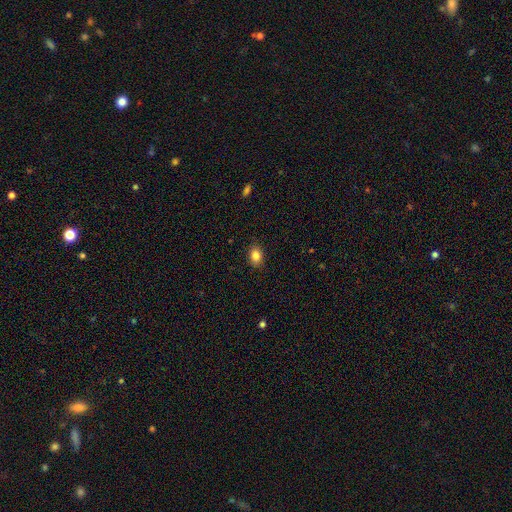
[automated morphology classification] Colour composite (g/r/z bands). It shows a smooth galaxy with no disk features (85%) that is in between round and cigar-shaped (72%). Merging: none (88%).